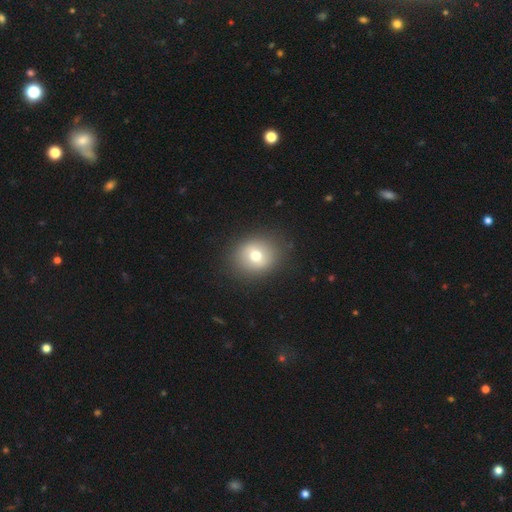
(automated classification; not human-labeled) Smooth or featured? Predicted: smooth (p=0.70). How rounded? Predicted: round (p=0.72). Merging? Predicted: none (p=0.88).